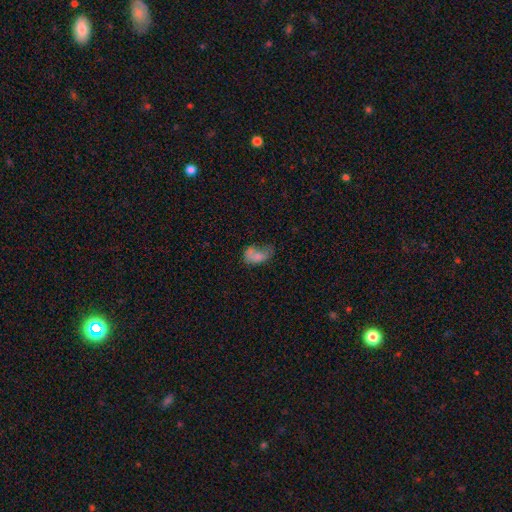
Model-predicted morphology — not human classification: Overall: smooth (66%). How rounded: in between (87%). Merging: merger (28%; major disturbance 27%).